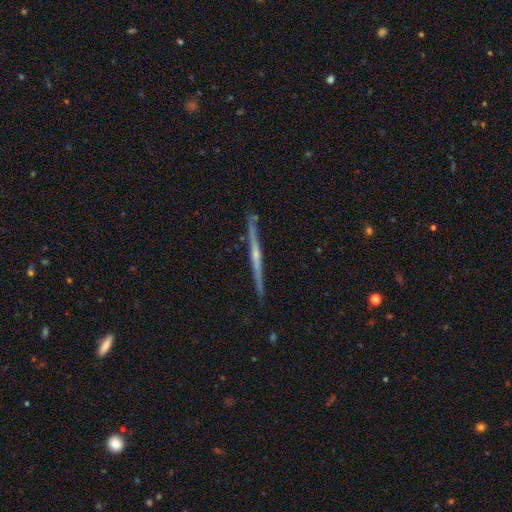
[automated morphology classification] Overall: featured or disk (79%). Edge-on disk: yes (98%). Edge-on bulge: rounded (57%; none 32%). Merging: none (90%).